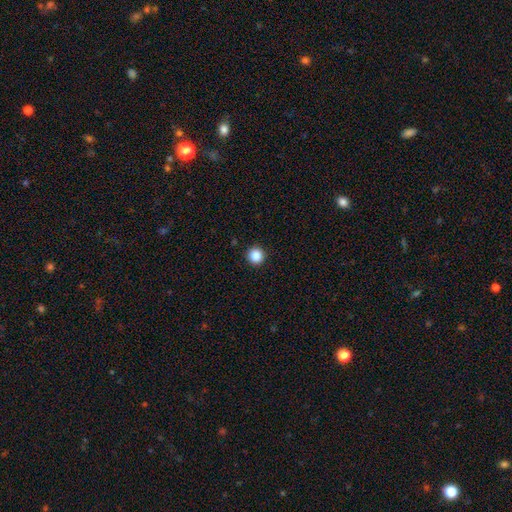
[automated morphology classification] Smooth or featured: smooth — 87% (star or artifact — 10%)
How rounded: round — 96% (in between — 3%)
Merging: none — 93% (minor disturbance — 4%)